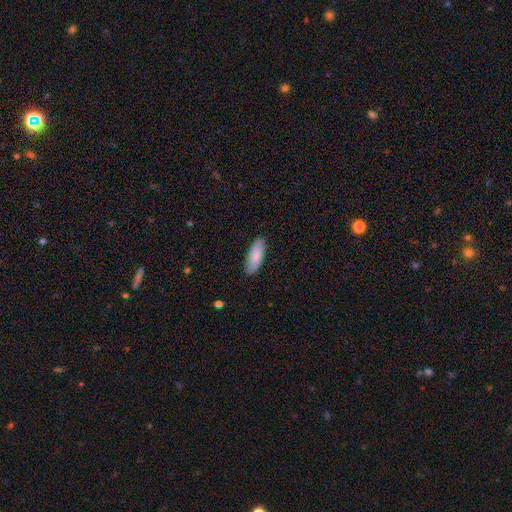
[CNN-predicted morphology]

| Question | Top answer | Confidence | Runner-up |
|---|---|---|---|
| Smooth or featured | smooth | 84% | featured or disk (11%) |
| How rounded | in between | 69% | cigar-shaped (29%) |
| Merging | none | 86% | minor disturbance (11%) |